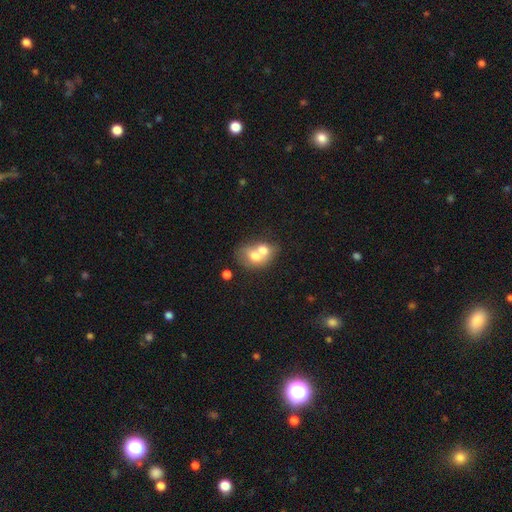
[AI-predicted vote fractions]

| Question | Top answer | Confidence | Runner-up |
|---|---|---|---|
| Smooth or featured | smooth | 65% | featured or disk (27%) |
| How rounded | in between | 57% | round (42%) |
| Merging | merger | 72% | none (17%) |